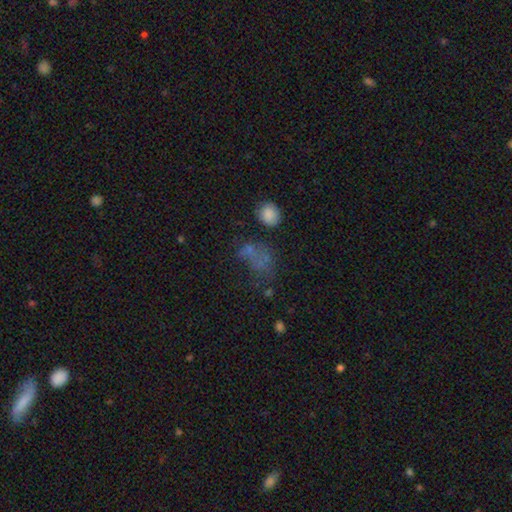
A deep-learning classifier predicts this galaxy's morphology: The model was most divided on "smooth or featured": smooth: 47%, star or artifact: 33%, featured or disk: 21%. Remaining: merging — none (39%).